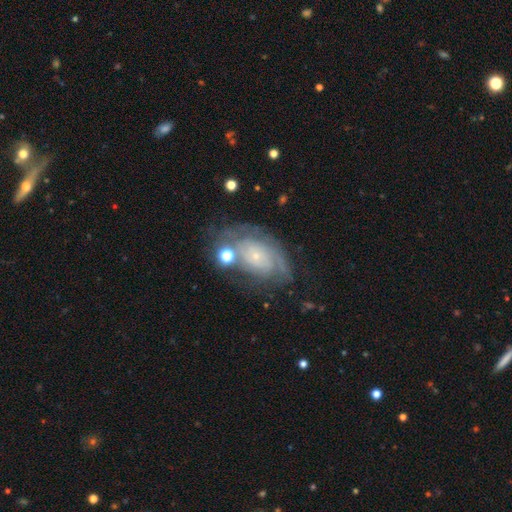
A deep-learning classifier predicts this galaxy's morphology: This appears to be a featured or disk galaxy (74%) with no bar (80%), tight (63%) spiral arms (84%) and a small central bulge (83%). Merging: none (56%).